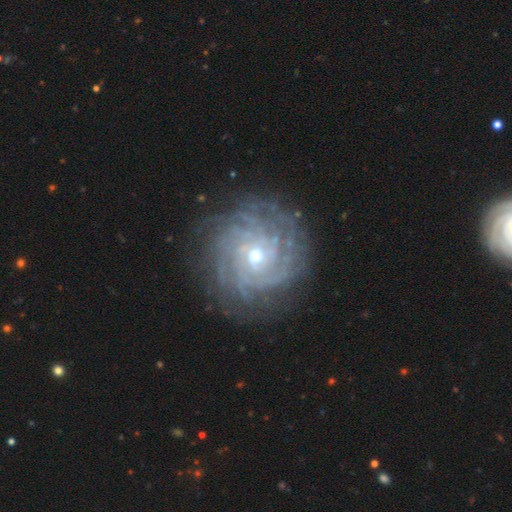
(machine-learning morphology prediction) Q: Smooth or featured?
A: featured or disk (89%); runner-up: star or artifact (6%)
Q: Edge-on disk?
A: no (97%); runner-up: yes (3%)
Q: Bar?
A: no (63%); runner-up: weak (28%)
Q: Spiral arms?
A: yes (98%); runner-up: no (2%)
Q: Spiral winding?
A: tight (83%); runner-up: medium (15%)
Q: Spiral arm count?
A: more than 4 (28%); runner-up: can't tell (26%)
Q: Bulge size?
A: small (51%); runner-up: moderate (46%)
Q: Merging?
A: none (83%); runner-up: minor disturbance (11%)